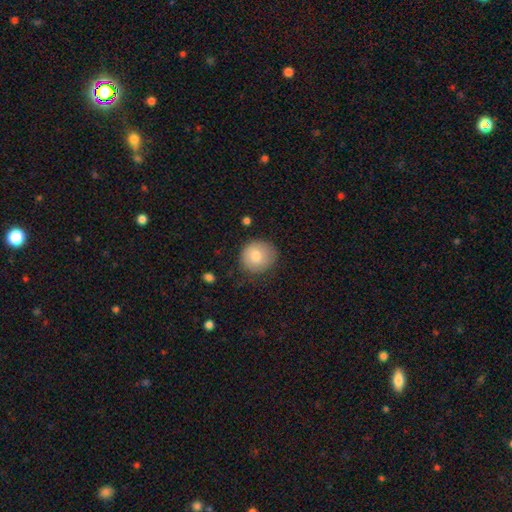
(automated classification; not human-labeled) Overall: smooth (82%). How rounded: round (89%). Merging: none (79%).